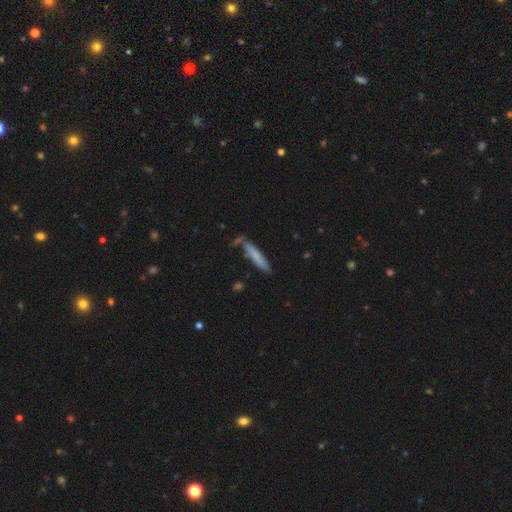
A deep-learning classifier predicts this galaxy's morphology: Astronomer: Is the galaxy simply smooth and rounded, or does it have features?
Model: smooth — 72%.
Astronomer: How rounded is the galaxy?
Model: cigar-shaped — 88%.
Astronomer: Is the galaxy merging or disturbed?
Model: none — 72%.